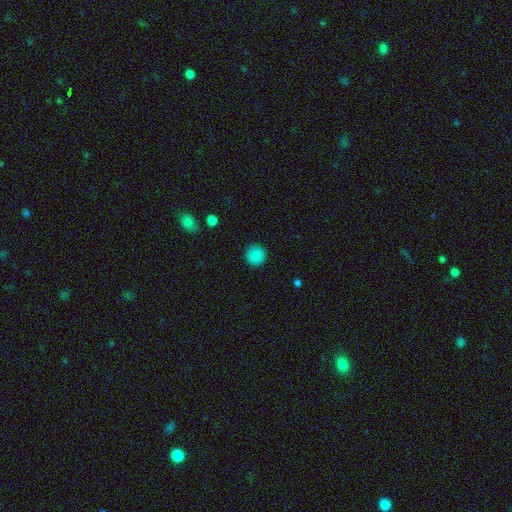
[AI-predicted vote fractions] Smooth or featured?
  - smooth: 87% *
  - star or artifact: 9%
  - featured or disk: 3%
How rounded?
  - round: 95% *
  - in between: 4%
  - cigar-shaped: 1%
Merging?
  - none: 91% *
  - minor disturbance: 6%
  - major disturbance: 2%
  - merger: 1%